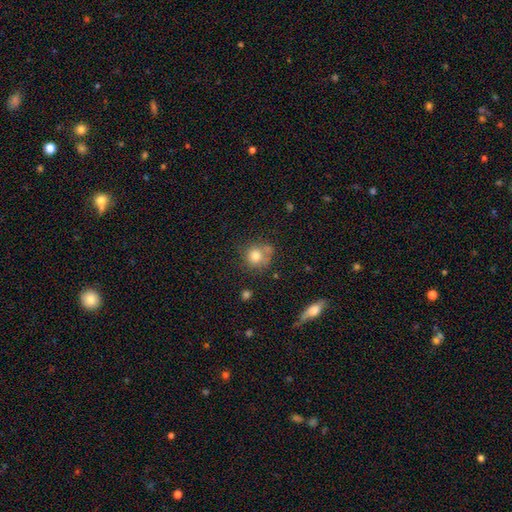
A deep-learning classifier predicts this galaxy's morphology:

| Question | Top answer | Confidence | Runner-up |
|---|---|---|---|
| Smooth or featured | smooth | 79% | featured or disk (11%) |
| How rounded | round | 85% | in between (14%) |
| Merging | none | 54% | merger (20%) |